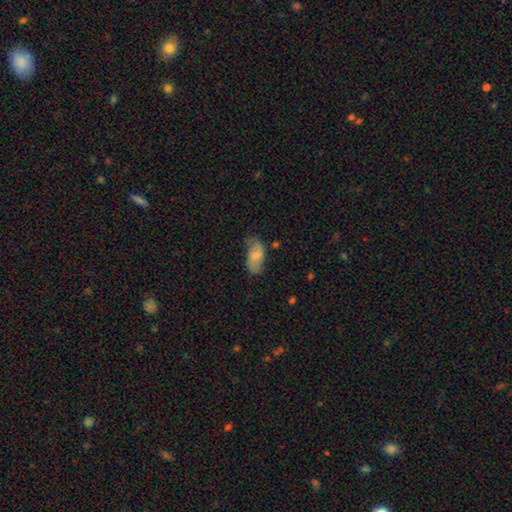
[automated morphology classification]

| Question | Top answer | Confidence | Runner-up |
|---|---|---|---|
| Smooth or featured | smooth | 64% | featured or disk (29%) |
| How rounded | in between | 93% | cigar-shaped (4%) |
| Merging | none | 57% | minor disturbance (30%) |